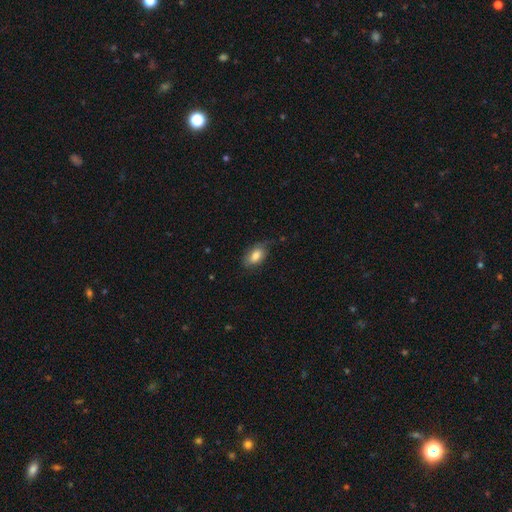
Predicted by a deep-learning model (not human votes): Smooth or featured: smooth — 79% (featured or disk — 14%)
How rounded: in between — 91% (round — 6%)
Merging: none — 64% (minor disturbance — 28%)